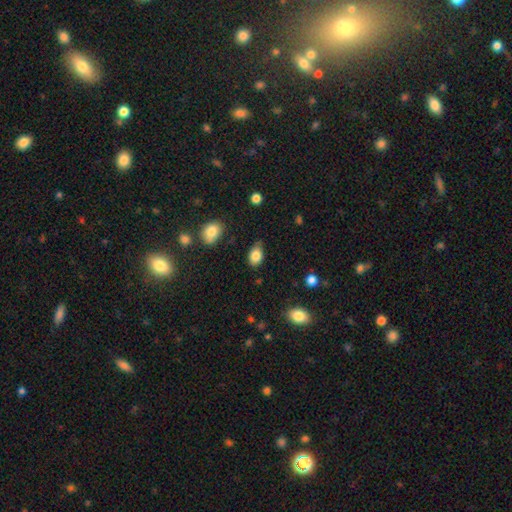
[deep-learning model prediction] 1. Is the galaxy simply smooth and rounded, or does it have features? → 83% smooth, 9% star or artifact, 8% featured or disk.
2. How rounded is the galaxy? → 81% in between, 17% round, 1% cigar-shaped.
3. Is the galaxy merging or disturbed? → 64% none, 29% minor disturbance, 5% major disturbance, 2% merger.